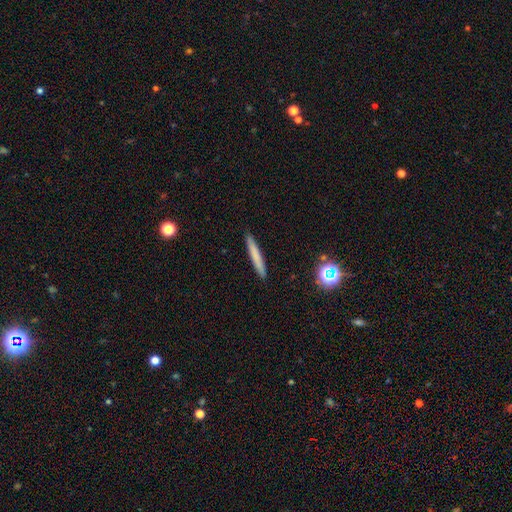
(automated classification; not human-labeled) Q: Smooth or featured?
A: smooth (71%); runner-up: featured or disk (21%)
Q: How rounded?
A: cigar-shaped (95%); runner-up: in between (3%)
Q: Merging?
A: none (91%); runner-up: minor disturbance (6%)